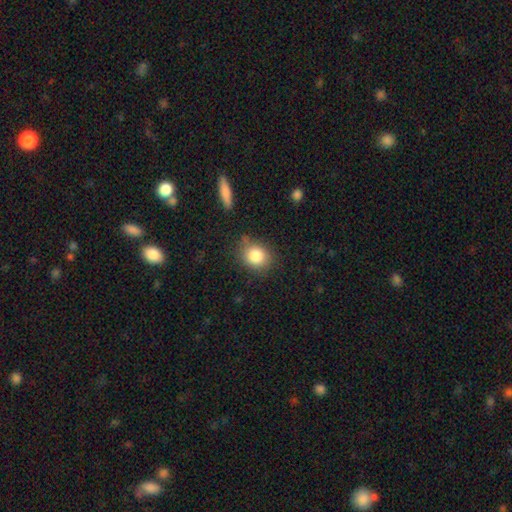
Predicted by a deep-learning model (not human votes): smooth 83%, star or artifact 10%, featured or disk 7%. Down the decision tree: how rounded — round (66%); merging — none (74%).